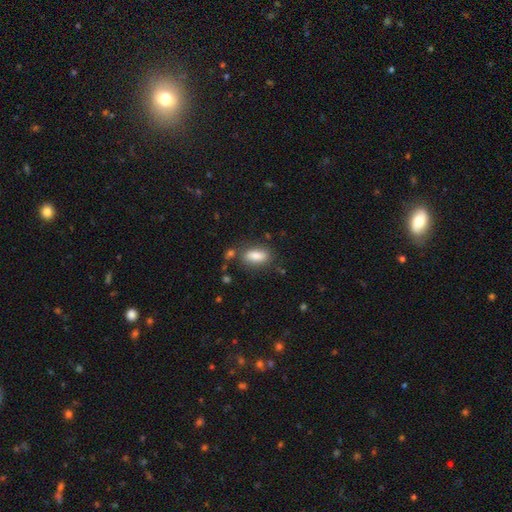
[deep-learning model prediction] The model was most divided on "merging": none: 75%, minor disturbance: 15%, merger: 6%, major disturbance: 4%. More confident: how rounded — in between (84%); smooth or featured — smooth (82%).